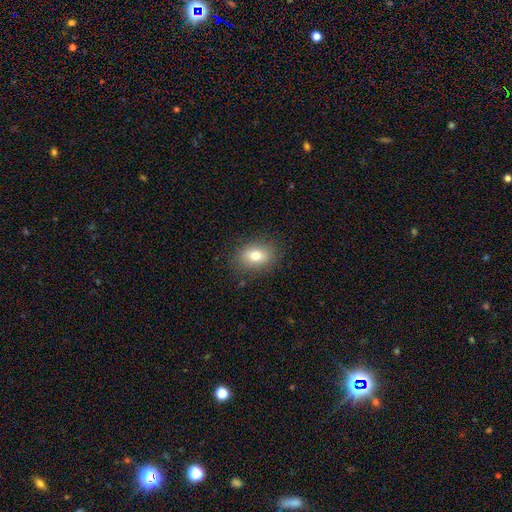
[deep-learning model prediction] smooth_or_featured: smooth (p=0.77) [alt: featured or disk p=0.13]
how_rounded: in between (p=0.71) [alt: round p=0.28]
merging: none (p=0.85) [alt: minor disturbance p=0.11]